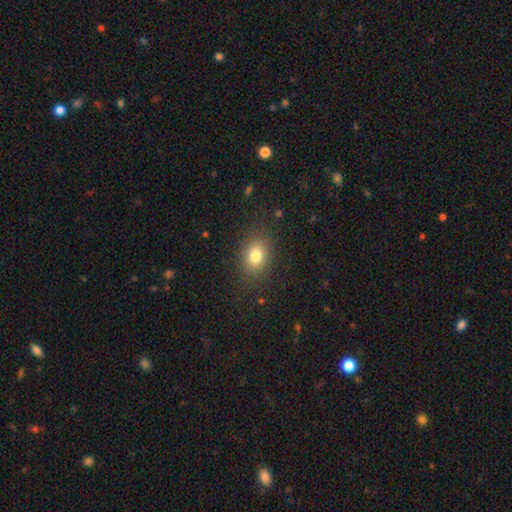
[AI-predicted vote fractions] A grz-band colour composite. It shows a smooth galaxy with no disk features (80%) that is in between round and cigar-shaped (59%). Merging: none (84%).